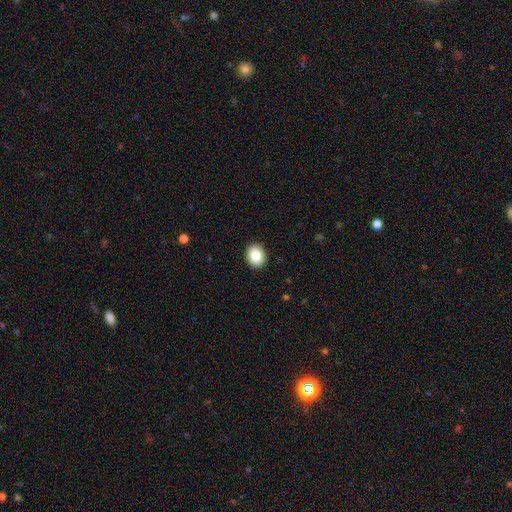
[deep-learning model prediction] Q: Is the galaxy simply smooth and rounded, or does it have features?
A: smooth — 87%.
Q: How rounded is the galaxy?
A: round — 53%.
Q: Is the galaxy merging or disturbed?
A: none — 91%.